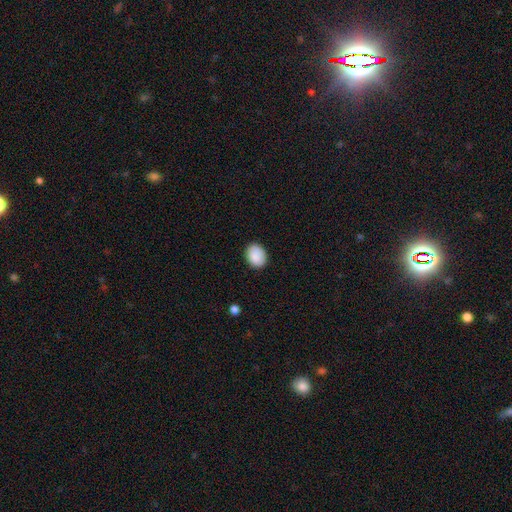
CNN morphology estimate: A smooth galaxy with no disk features (89%) that is in between round and cigar-shaped (61%).

Vote fractions:
- Smooth or featured? smooth: 89% / star or artifact: 7% / featured or disk: 4%
- How rounded? in between: 61% / round: 38% / cigar-shaped: 1%
- Merging? none: 87% / minor disturbance: 10% / major disturbance: 2% / merger: 1%